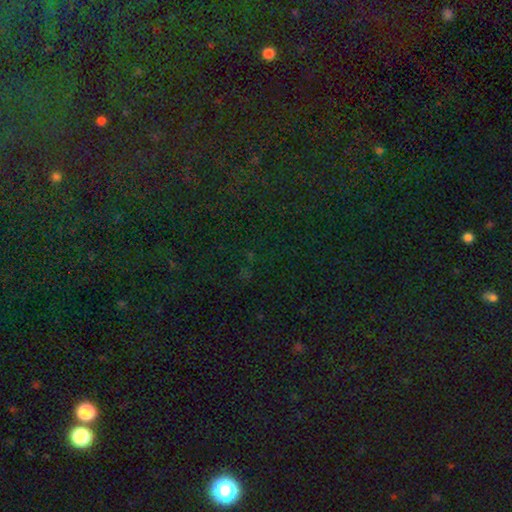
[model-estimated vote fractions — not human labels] smooth_or_featured: star or artifact (p=0.80) [alt: smooth p=0.13]